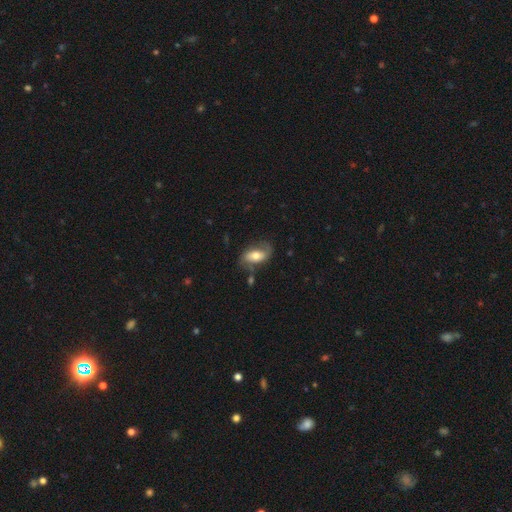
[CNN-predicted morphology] featured or disk 51%, smooth 42%, star or artifact 7%. Down the decision tree: edge-on disk — no (91%); merging — none (59%).